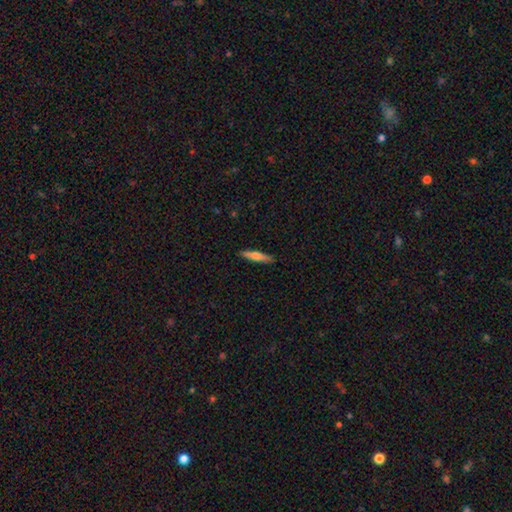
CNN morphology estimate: Q: Smooth or featured?
A: smooth (62%); runner-up: featured or disk (32%)
Q: How rounded?
A: cigar-shaped (87%); runner-up: in between (12%)
Q: Merging?
A: none (89%); runner-up: minor disturbance (8%)